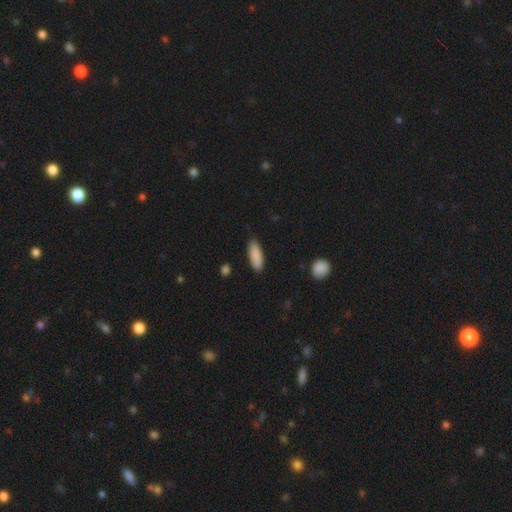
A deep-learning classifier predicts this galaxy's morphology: smooth_or_featured: smooth (p=0.88) [alt: featured or disk p=0.06]
how_rounded: in between (p=0.65) [alt: cigar-shaped p=0.33]
merging: none (p=0.86) [alt: minor disturbance p=0.11]